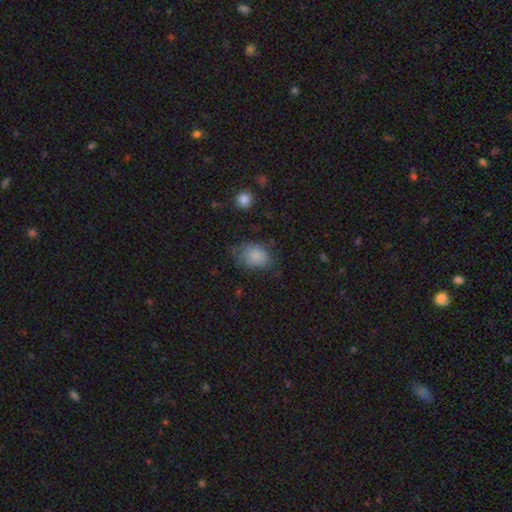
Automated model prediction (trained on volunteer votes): Morphology: type=smooth (82%); roundness=in between (67%); merging=none (53%).